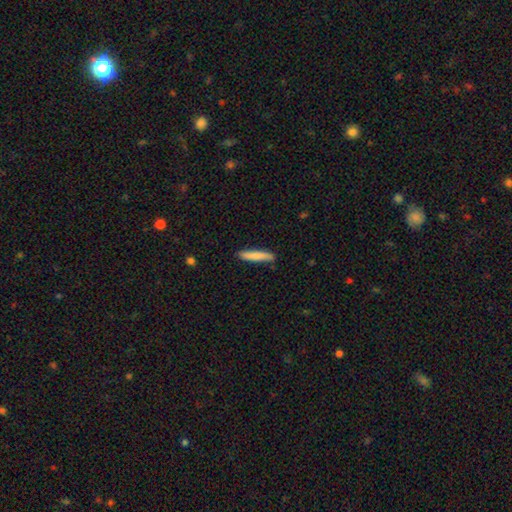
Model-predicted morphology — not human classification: This is likely a smooth galaxy (79%). How rounded: clearly cigar-shaped (89%). Merging: clearly none (87%).